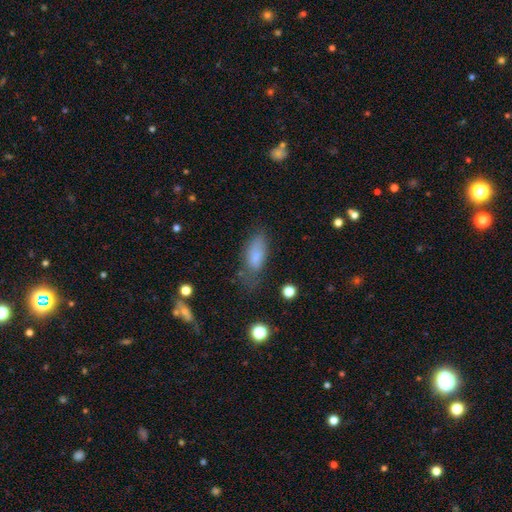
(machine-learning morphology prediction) Overall: smooth (79%). How rounded: in between (79%). Merging: none (53%; minor disturbance 30%).